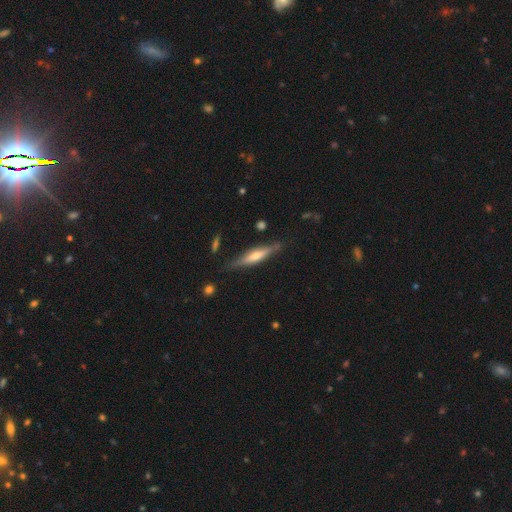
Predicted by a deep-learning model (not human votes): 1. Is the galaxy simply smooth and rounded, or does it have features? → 67% featured or disk, 27% smooth, 6% star or artifact.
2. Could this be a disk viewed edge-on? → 95% yes, 5% no.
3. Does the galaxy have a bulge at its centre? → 75% rounded, 14% boxy, 11% none.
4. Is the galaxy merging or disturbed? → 82% none, 13% minor disturbance, 3% major disturbance, 2% merger.